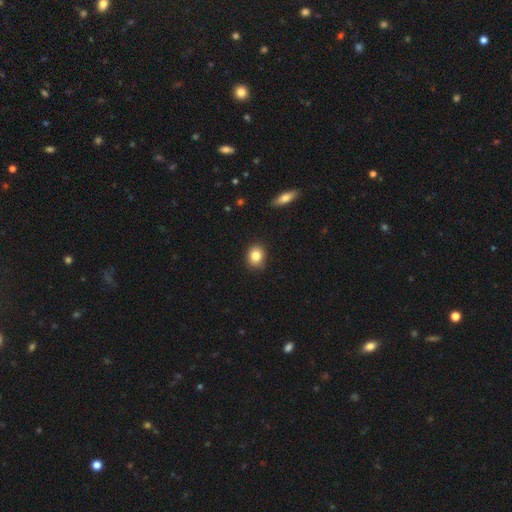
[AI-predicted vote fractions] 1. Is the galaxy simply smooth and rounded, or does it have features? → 83% smooth, 10% star or artifact, 7% featured or disk.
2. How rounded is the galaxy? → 63% round, 36% in between, 1% cigar-shaped.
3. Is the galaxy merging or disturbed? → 87% none, 10% minor disturbance, 2% major disturbance, 1% merger.